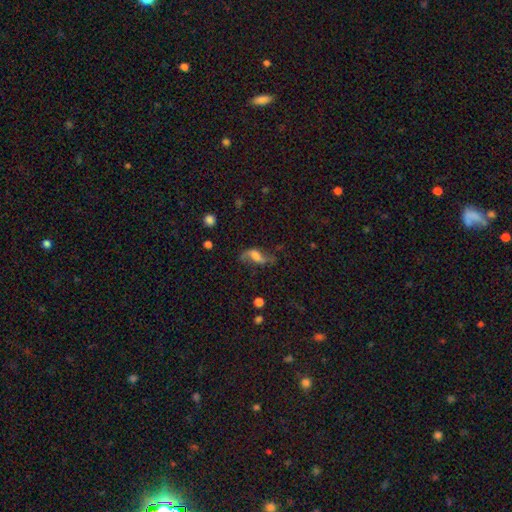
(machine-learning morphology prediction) Smooth or featured?
  - featured or disk: 66% *
  - smooth: 24%
  - star or artifact: 10%
Edge-on disk?
  - no: 92% *
  - yes: 8%
Bar?
  - weak: 41% *
  - no: 36%
  - strong: 23%
Spiral arms?
  - yes: 89% *
  - no: 11%
Spiral winding?
  - loose: 85% *
  - medium: 12%
  - tight: 3%
Spiral arm count?
  - 2: 87% *
  - 1: 7%
  - can't tell: 3%
  - 3: 1%
  - 4: 1%
  - more than 4: 1%
Bulge size?
  - moderate: 31% *
  - small: 24%
  - none: 22%
  - large: 19%
  - dominant: 4%
Merging?
  - none: 58% *
  - minor disturbance: 20%
  - major disturbance: 18%
  - merger: 4%